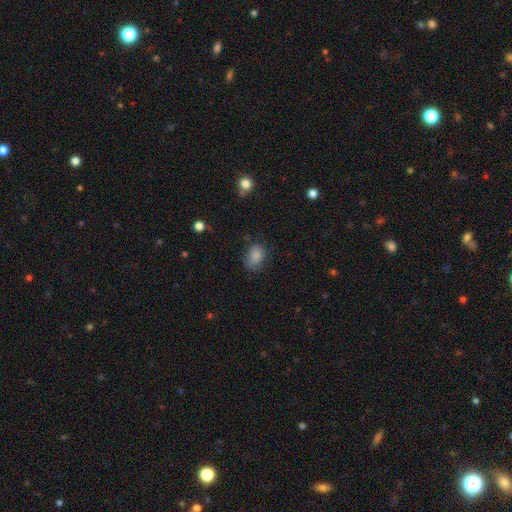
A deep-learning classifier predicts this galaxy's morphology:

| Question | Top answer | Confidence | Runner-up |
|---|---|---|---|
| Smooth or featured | smooth | 83% | star or artifact (10%) |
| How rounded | in between | 70% | round (29%) |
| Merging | none | 63% | minor disturbance (26%) |